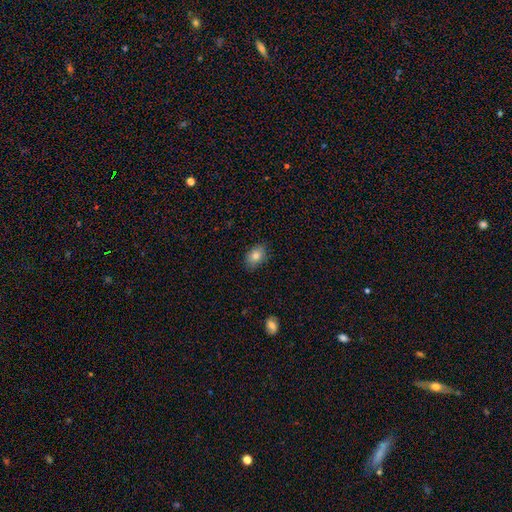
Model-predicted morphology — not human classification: smooth-or-featured: smooth: 82% | featured or disk: 10% | star or artifact: 9%
  how-rounded: in between: 82% | round: 17% | cigar-shaped: 1%
  merging: none: 84% | minor disturbance: 13% | major disturbance: 2% | merger: 1%